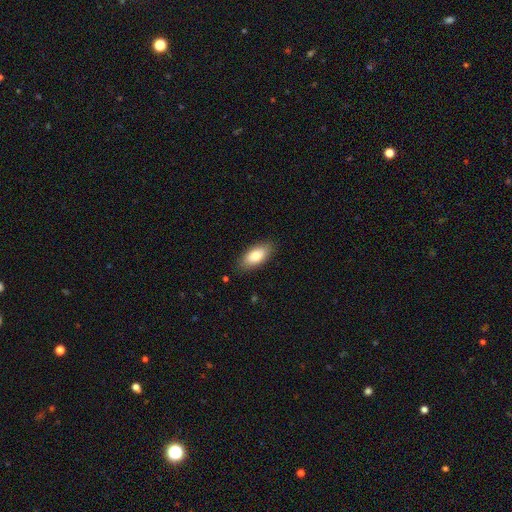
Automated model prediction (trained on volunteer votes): A smooth galaxy with no disk features (80%) that is in between round and cigar-shaped (90%). Merging: none (86%).